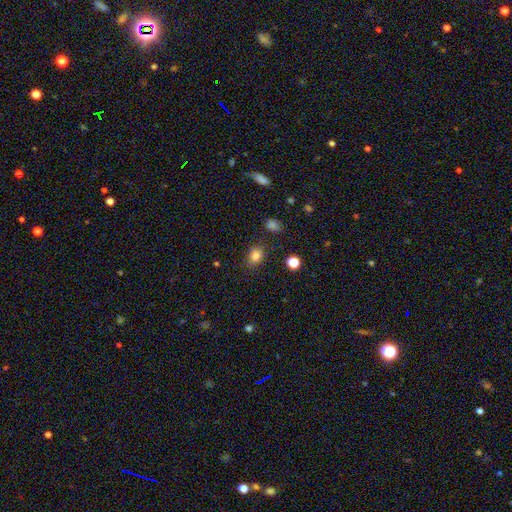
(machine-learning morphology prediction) This appears to be a smooth galaxy with no disk features (82%) that is in between round and cigar-shaped (56%). Merging: none (81%).